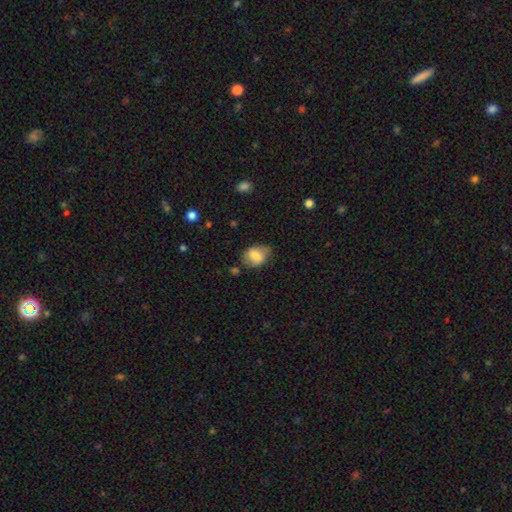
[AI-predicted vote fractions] This appears to be a smooth galaxy with no disk features (76%) that is in between round and cigar-shaped (64%). Merging: none (54%).